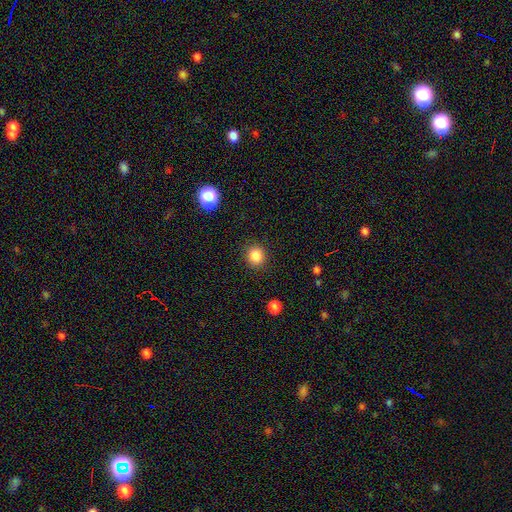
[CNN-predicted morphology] This appears to be a smooth galaxy with no disk features (85%) that is round (86%). Merging: none (89%).